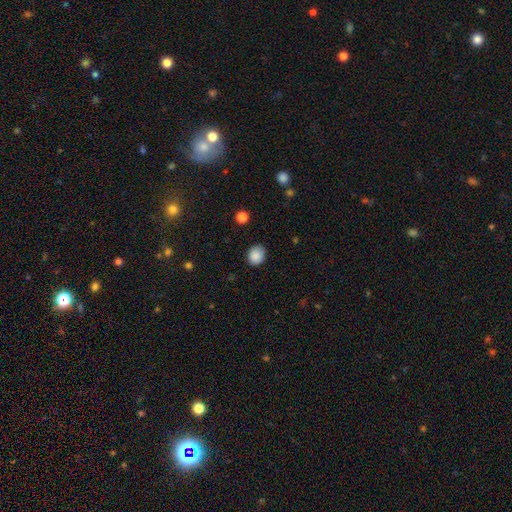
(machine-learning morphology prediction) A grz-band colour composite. It shows a smooth galaxy with no disk features (88%) that is round (66%). Merging: none (87%).